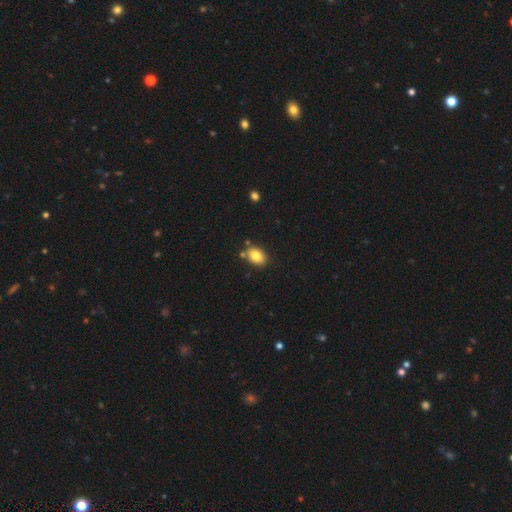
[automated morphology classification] A smooth galaxy with no disk features (83%) that is in between round and cigar-shaped (75%).

Vote fractions:
- Smooth or featured? smooth: 83% / star or artifact: 9% / featured or disk: 8%
- How rounded? in between: 75% / round: 24% / cigar-shaped: 1%
- Merging? none: 77% / minor disturbance: 12% / merger: 8% / major disturbance: 3%